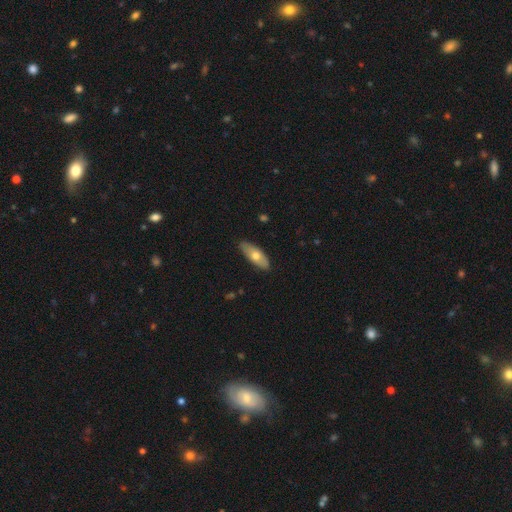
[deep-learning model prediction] Q: Smooth or featured?
A: smooth (62%); runner-up: featured or disk (33%)
Q: How rounded?
A: in between (74%); runner-up: cigar-shaped (24%)
Q: Merging?
A: none (85%); runner-up: minor disturbance (12%)